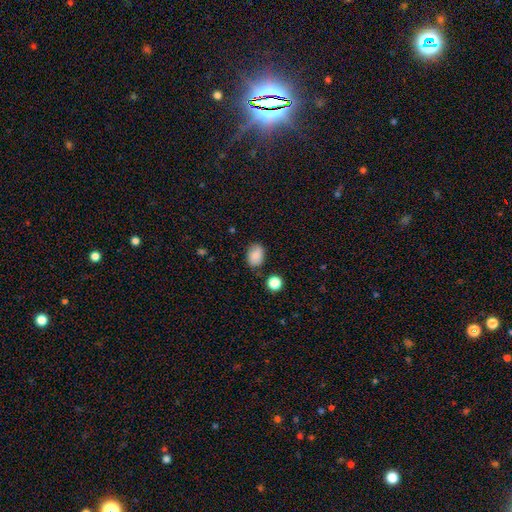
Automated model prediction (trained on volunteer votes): smooth 86%, star or artifact 9%, featured or disk 5%. Down the decision tree: how rounded — in between (73%); merging — none (77%).